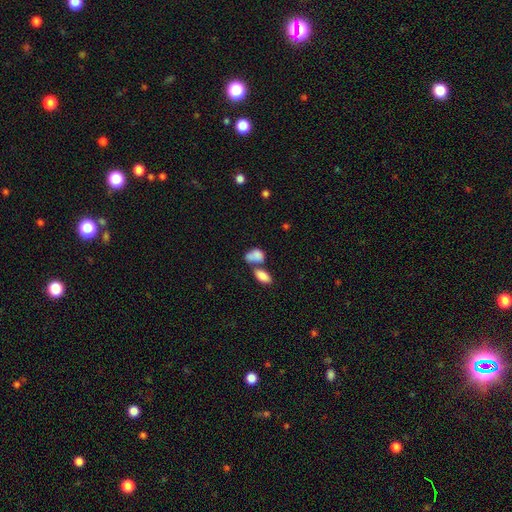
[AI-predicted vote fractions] smooth-or-featured: smooth: 81% | featured or disk: 12% | star or artifact: 7%
  how-rounded: in between: 84% | round: 13% | cigar-shaped: 3%
  merging: merger: 57% | none: 25% | minor disturbance: 11% | major disturbance: 7%